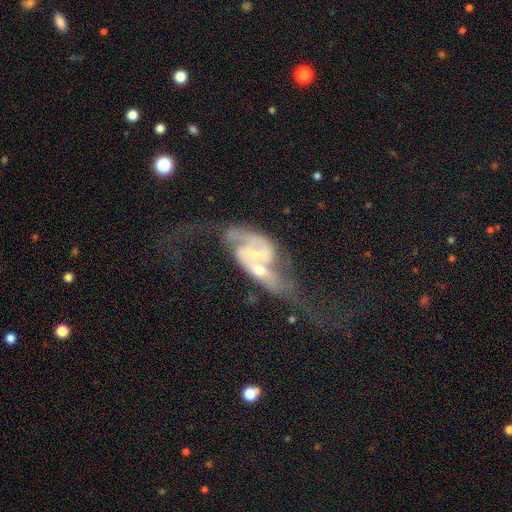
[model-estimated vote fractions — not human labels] This appears to be a featured or disk galaxy (86%) with a weak bar (43%), 2 (86%) loose (45%) spiral arms (93%) and a small central bulge (55%). Merging: merger (48%).